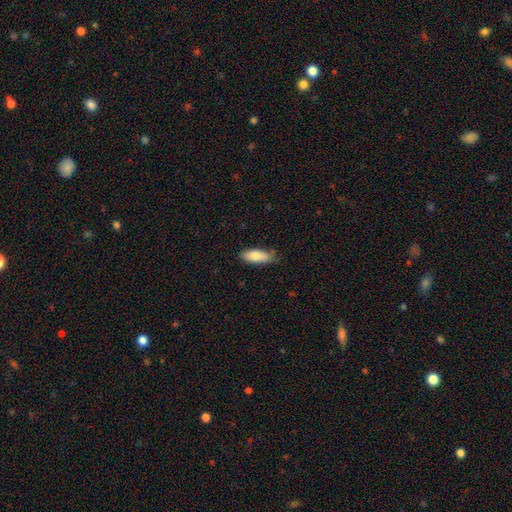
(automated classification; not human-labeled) Q: Smooth or featured?
A: smooth (80%); runner-up: featured or disk (14%)
Q: How rounded?
A: in between (72%); runner-up: cigar-shaped (26%)
Q: Merging?
A: none (74%); runner-up: minor disturbance (21%)